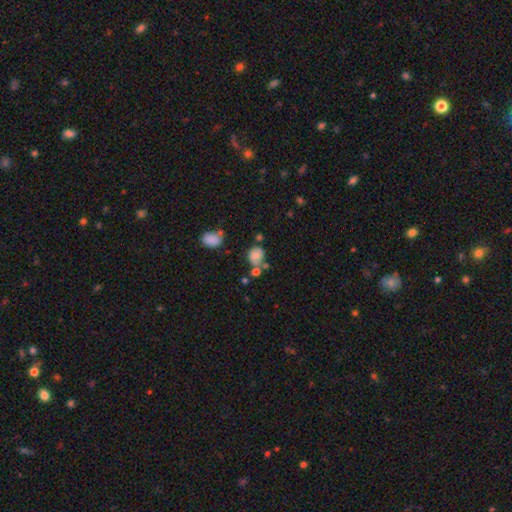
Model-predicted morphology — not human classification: A smooth galaxy with no disk features (69%) that is round (63%). Merging: none (47%).